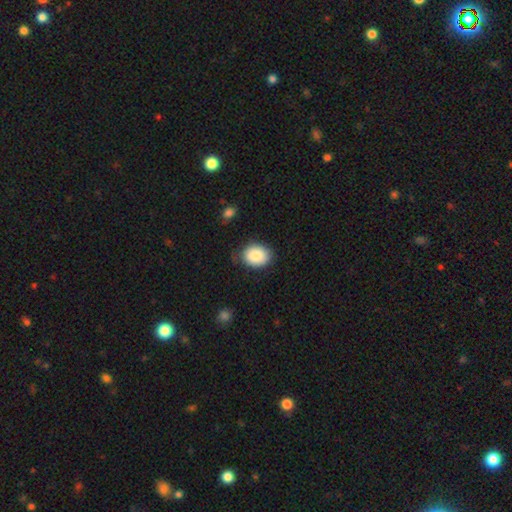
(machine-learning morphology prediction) Smooth or featured?
  - smooth: 86% *
  - star or artifact: 8%
  - featured or disk: 7%
How rounded?
  - in between: 54% *
  - round: 45%
  - cigar-shaped: 1%
Merging?
  - none: 78% *
  - minor disturbance: 17%
  - major disturbance: 4%
  - merger: 2%